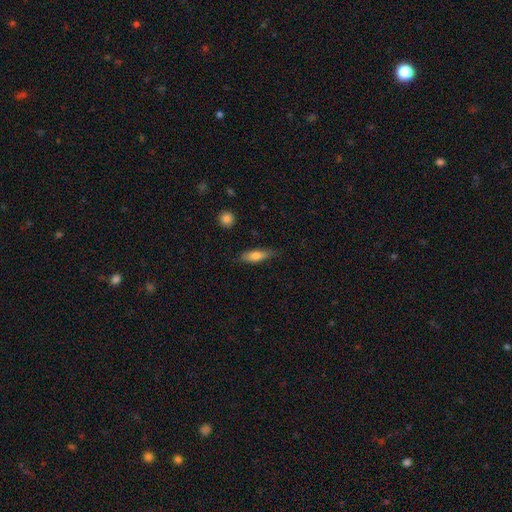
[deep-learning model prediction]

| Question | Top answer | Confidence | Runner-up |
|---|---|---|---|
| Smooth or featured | smooth | 67% | featured or disk (27%) |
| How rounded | cigar-shaped | 51% | in between (46%) |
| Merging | none | 76% | minor disturbance (19%) |